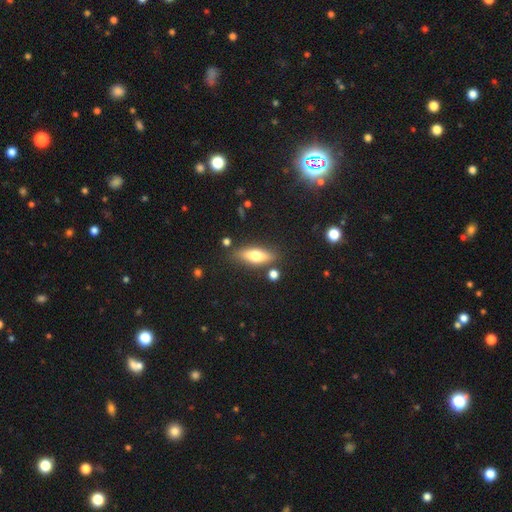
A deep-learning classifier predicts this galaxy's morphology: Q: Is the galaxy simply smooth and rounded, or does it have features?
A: smooth — 59%.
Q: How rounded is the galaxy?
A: in between — 55%.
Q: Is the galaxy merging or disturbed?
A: none — 81%.